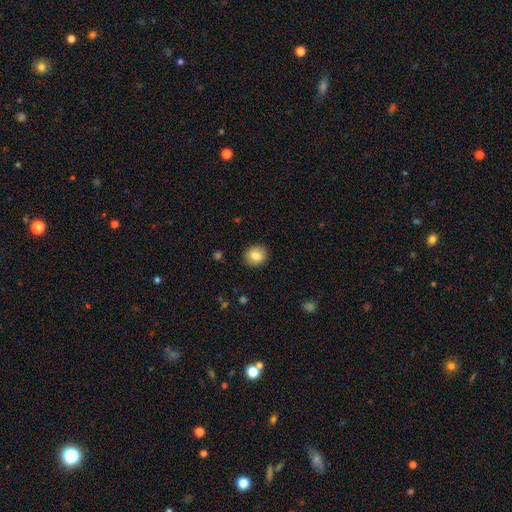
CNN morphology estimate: Q: Smooth or featured?
A: smooth (83%); runner-up: star or artifact (9%)
Q: How rounded?
A: round (76%); runner-up: in between (23%)
Q: Merging?
A: none (88%); runner-up: minor disturbance (8%)